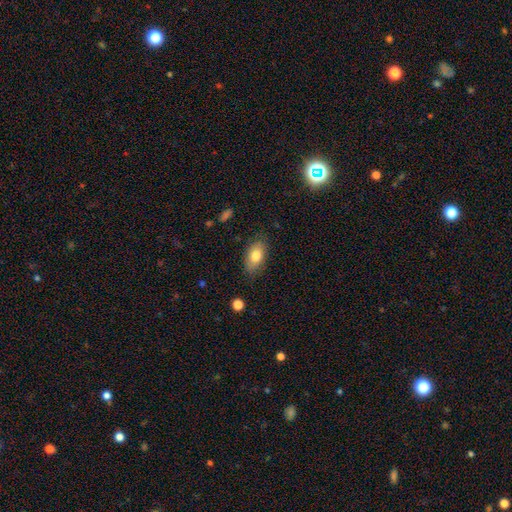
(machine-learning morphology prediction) type=smooth (79%); roundness=in between (90%); merging=none (80%).